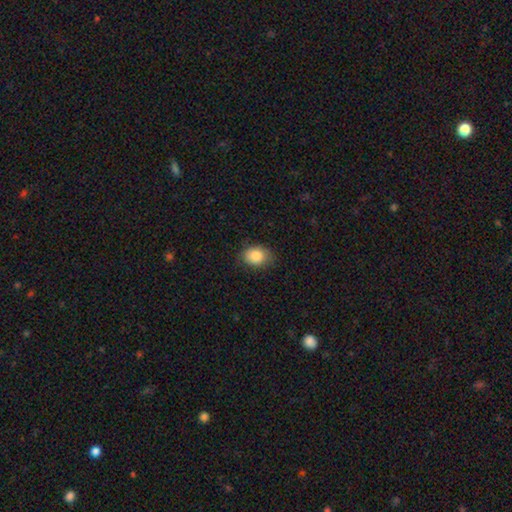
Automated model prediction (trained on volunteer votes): smooth-or-featured: smooth: 86% | star or artifact: 8% | featured or disk: 6%
  how-rounded: in between: 66% | round: 33% | cigar-shaped: 1%
  merging: none: 78% | minor disturbance: 17% | major disturbance: 4% | merger: 1%